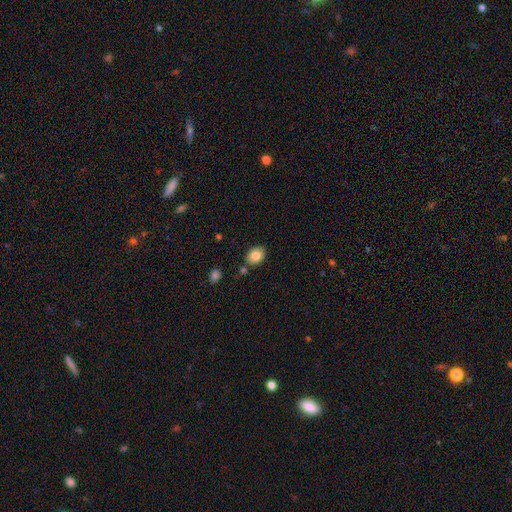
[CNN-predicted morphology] Smooth or featured: smooth — 83% (featured or disk — 8%)
How rounded: in between — 64% (round — 35%)
Merging: none — 81% (minor disturbance — 11%)